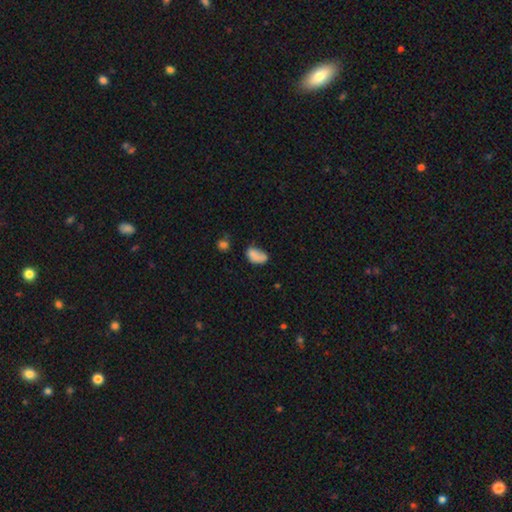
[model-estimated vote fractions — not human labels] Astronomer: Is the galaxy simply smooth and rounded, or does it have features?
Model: smooth — 78%.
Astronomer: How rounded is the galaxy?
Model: in between — 89%.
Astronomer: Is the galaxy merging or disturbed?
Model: none — 41% (runner-up: minor disturbance, 30%).